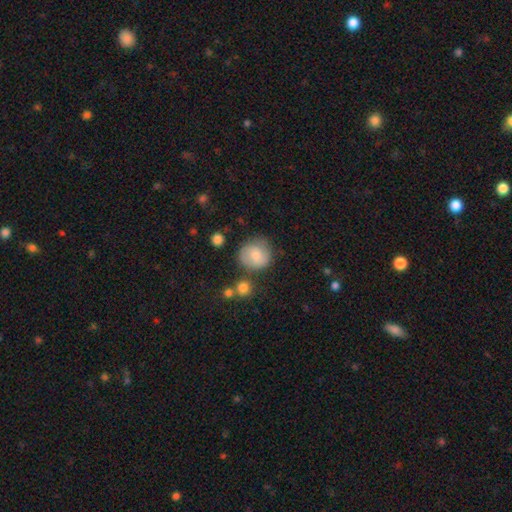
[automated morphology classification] Smooth or featured? Predicted: smooth (p=0.76). How rounded? Predicted: round (p=0.86). Merging? Predicted: none (p=0.66).